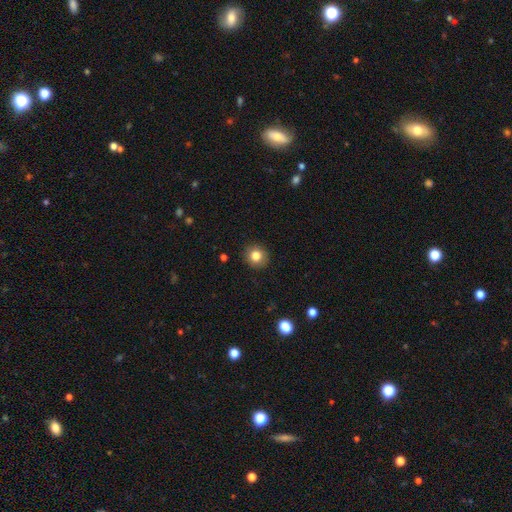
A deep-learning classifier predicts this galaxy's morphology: The model was most divided on "smooth or featured": smooth: 83%, star or artifact: 10%, featured or disk: 7%. More confident: merging — none (90%); how rounded — round (89%).